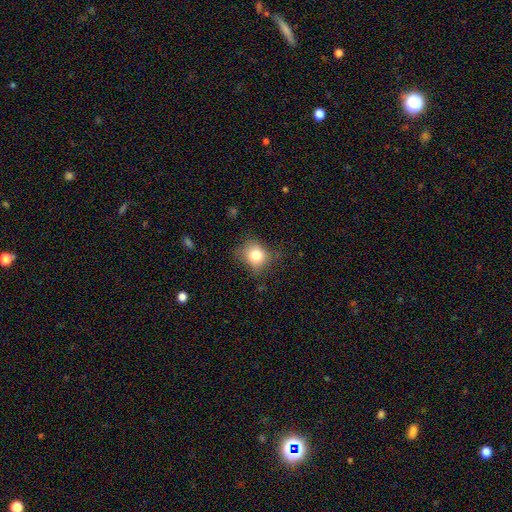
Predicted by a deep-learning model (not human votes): smooth 77%, star or artifact 12%, featured or disk 11%. Down the decision tree: how rounded — round (73%); merging — none (68%).